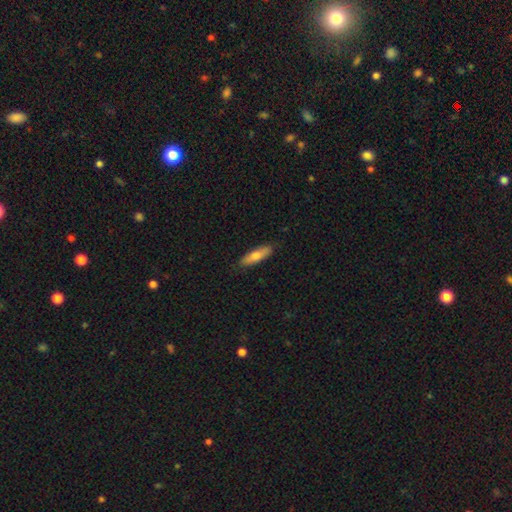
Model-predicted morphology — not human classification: smooth-or-featured: smooth: 70% | featured or disk: 24% | star or artifact: 6%
  how-rounded: cigar-shaped: 61% | in between: 37% | round: 2%
  merging: none: 87% | minor disturbance: 10% | major disturbance: 2% | merger: 1%